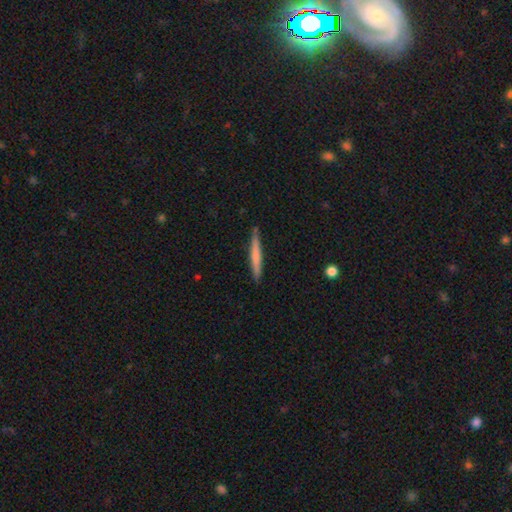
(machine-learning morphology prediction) smooth_or_featured: smooth (p=0.62) [alt: featured or disk p=0.33]
how_rounded: cigar-shaped (p=0.96) [alt: in between p=0.03]
merging: none (p=0.88) [alt: minor disturbance p=0.09]